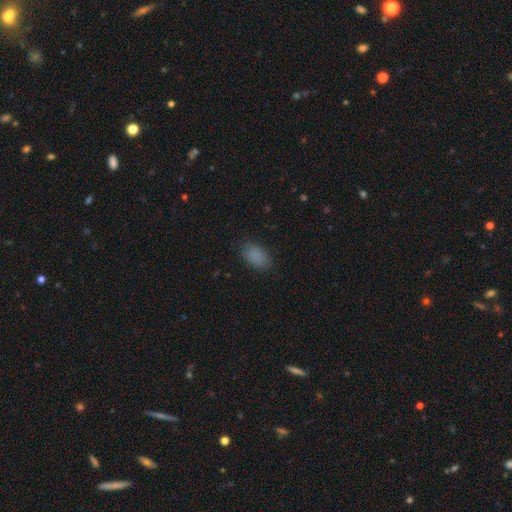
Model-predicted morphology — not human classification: This is clearly a smooth galaxy (86%). How rounded: clearly in between (88%). Merging: clearly none (83%).